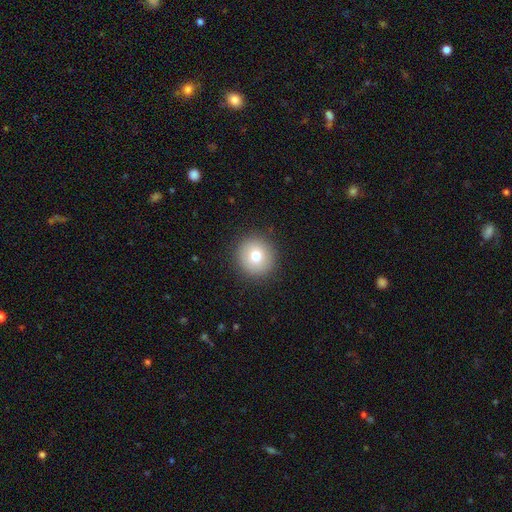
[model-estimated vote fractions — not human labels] This appears to be a smooth galaxy with no disk features (74%) that is round (94%). Merging: none (91%).